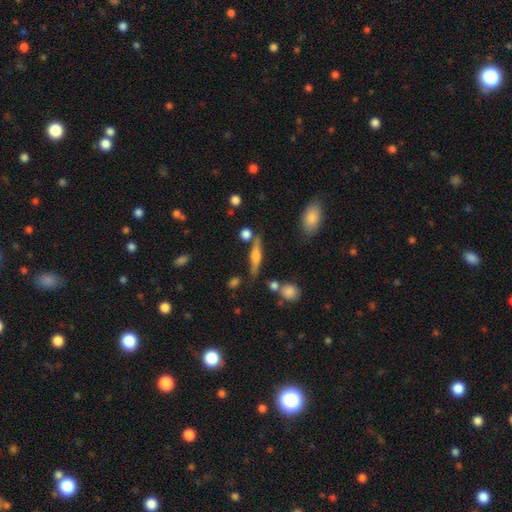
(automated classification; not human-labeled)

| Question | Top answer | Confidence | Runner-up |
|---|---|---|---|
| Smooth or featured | featured or disk | 64% | smooth (29%) |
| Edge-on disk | yes | 96% | no (4%) |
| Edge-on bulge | rounded | 85% | boxy (11%) |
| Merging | none | 77% | minor disturbance (11%) |